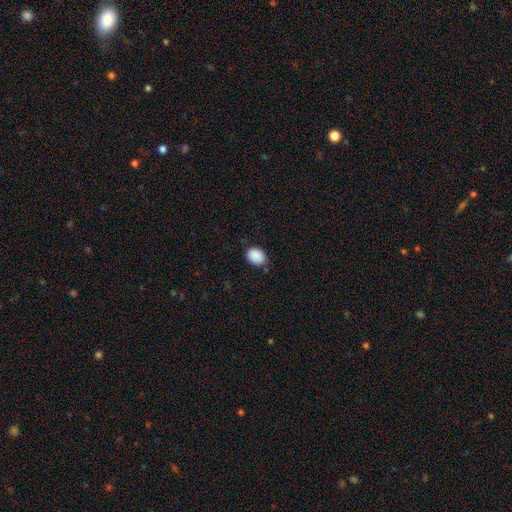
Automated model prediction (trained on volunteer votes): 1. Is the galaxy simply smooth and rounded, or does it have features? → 89% smooth, 8% star or artifact, 3% featured or disk.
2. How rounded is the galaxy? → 58% in between, 42% round, 1% cigar-shaped.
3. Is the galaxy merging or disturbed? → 80% none, 16% minor disturbance, 3% major disturbance, 2% merger.